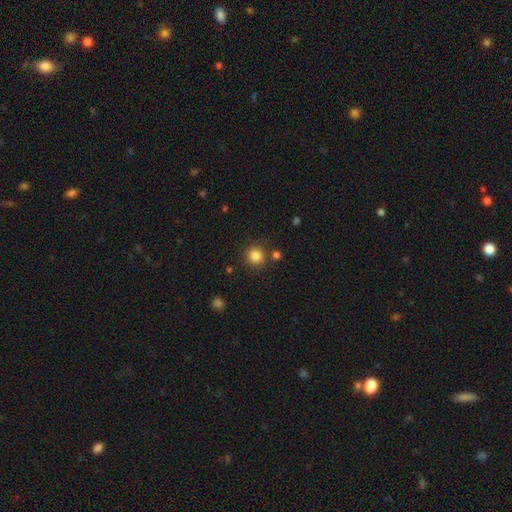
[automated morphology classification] Q: Smooth or featured?
A: smooth (84%); runner-up: star or artifact (11%)
Q: How rounded?
A: round (94%); runner-up: in between (6%)
Q: Merging?
A: none (85%); runner-up: minor disturbance (7%)